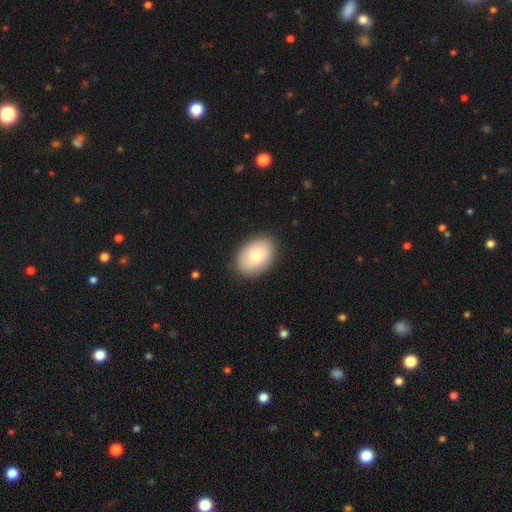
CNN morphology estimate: Smooth or featured: smooth — 80% (featured or disk — 14%)
How rounded: in between — 83% (round — 16%)
Merging: none — 86% (minor disturbance — 10%)